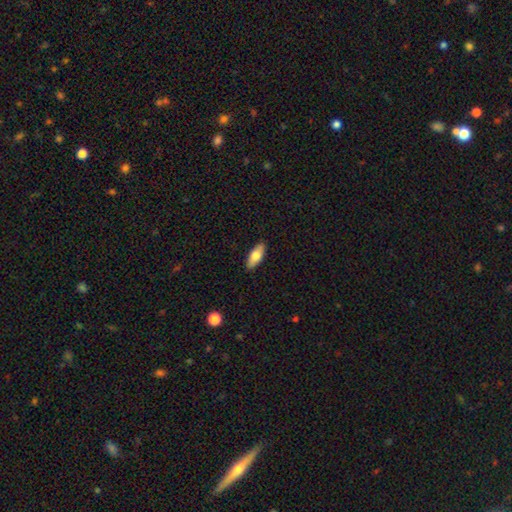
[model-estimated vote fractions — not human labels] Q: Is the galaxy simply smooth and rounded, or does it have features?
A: smooth — 73%.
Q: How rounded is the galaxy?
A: in between — 78%.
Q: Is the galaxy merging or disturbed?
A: none — 89%.